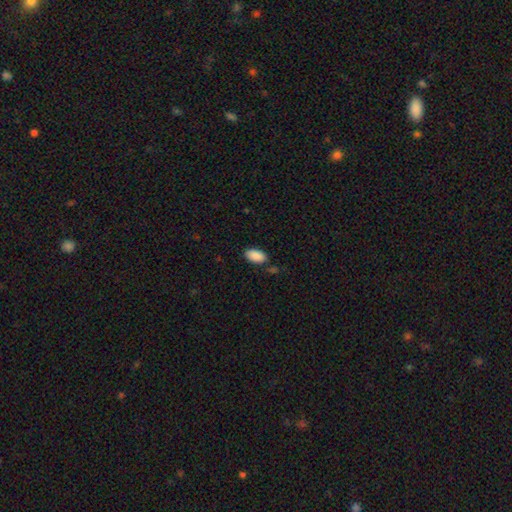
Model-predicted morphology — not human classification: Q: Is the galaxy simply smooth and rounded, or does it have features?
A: smooth — 90%.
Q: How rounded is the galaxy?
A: in between — 95%.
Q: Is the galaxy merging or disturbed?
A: none — 81%.